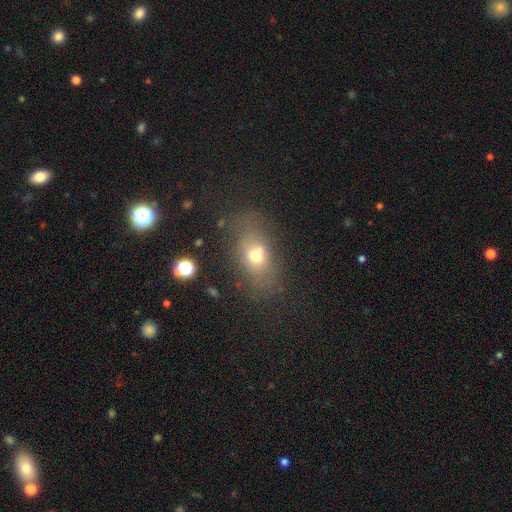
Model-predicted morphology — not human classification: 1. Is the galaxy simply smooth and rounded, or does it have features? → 62% smooth, 22% featured or disk, 16% star or artifact.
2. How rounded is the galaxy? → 74% in between, 23% round, 4% cigar-shaped.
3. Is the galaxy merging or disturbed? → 56% none, 17% merger, 17% minor disturbance, 10% major disturbance.